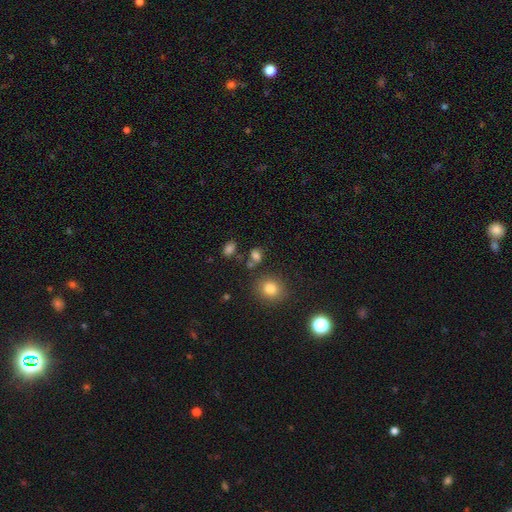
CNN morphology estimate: Smooth or featured? Predicted: smooth (p=0.78). How rounded? Predicted: in between (p=0.59). Merging? Predicted: none (p=0.66).